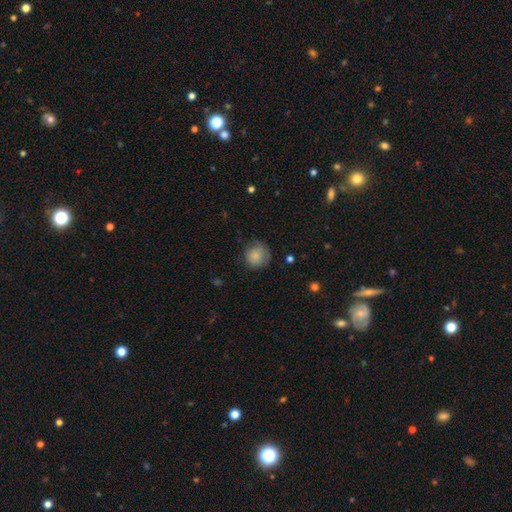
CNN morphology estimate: smooth 84%, featured or disk 8%, star or artifact 8%. Down the decision tree: how rounded — round (90%); merging — none (72%).